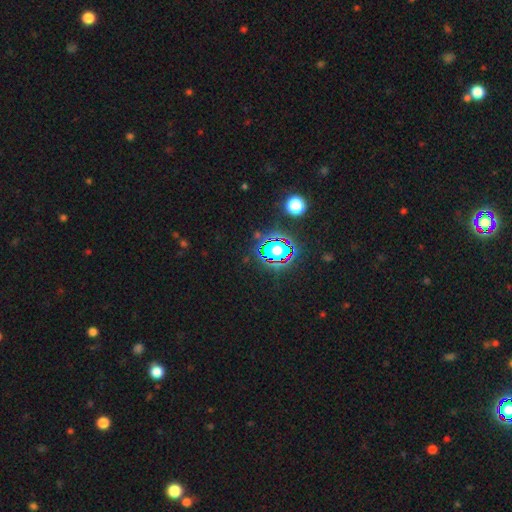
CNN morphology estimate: A star or artifact, not a galaxy (80%).

Vote fractions:
- Smooth or featured? star or artifact: 80% / smooth: 12% / featured or disk: 7%